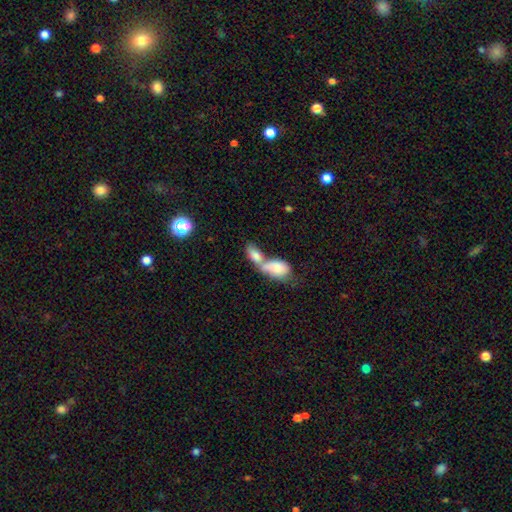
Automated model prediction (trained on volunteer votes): smooth 78%, featured or disk 16%, star or artifact 7%. Down the decision tree: how rounded — in between (88%); merging — merger (77%).